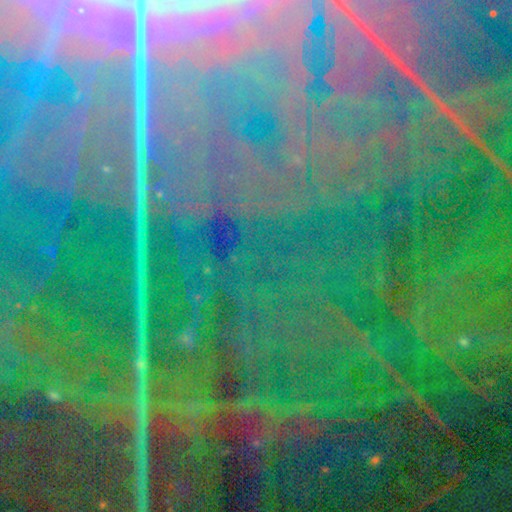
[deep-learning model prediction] A star or artifact, not a galaxy (87%).